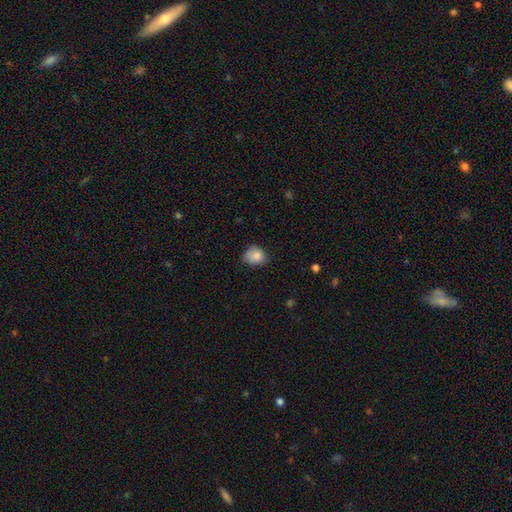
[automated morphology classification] A smooth galaxy with no disk features (84%) that is round (61%). Merging: none (62%).